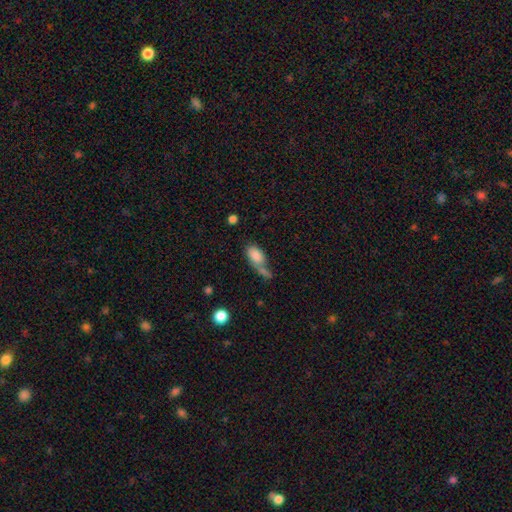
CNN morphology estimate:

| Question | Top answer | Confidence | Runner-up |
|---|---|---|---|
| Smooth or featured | smooth | 80% | featured or disk (11%) |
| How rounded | in between | 89% | cigar-shaped (6%) |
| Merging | merger | 39% | none (31%) |